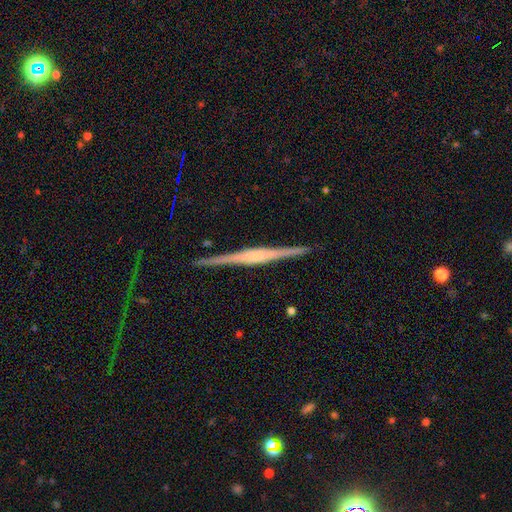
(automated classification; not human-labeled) A featured or disk galaxy (83%) viewed edge-on (98%) with a boxy central bulge (43%).

Vote fractions:
- Smooth or featured? featured or disk: 83% / smooth: 11% / star or artifact: 6%
- Edge-on disk? yes: 98% / no: 2%
- Edge-on bulge? boxy: 43% / rounded: 41% / none: 16%
- Merging? none: 90% / minor disturbance: 7% / major disturbance: 1% / merger: 1%